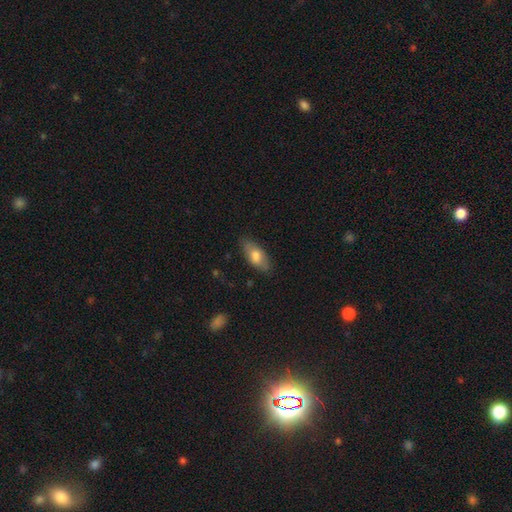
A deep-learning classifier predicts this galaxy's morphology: Q: Smooth or featured?
A: smooth (73%); runner-up: featured or disk (21%)
Q: How rounded?
A: in between (83%); runner-up: cigar-shaped (14%)
Q: Merging?
A: none (79%); runner-up: minor disturbance (16%)